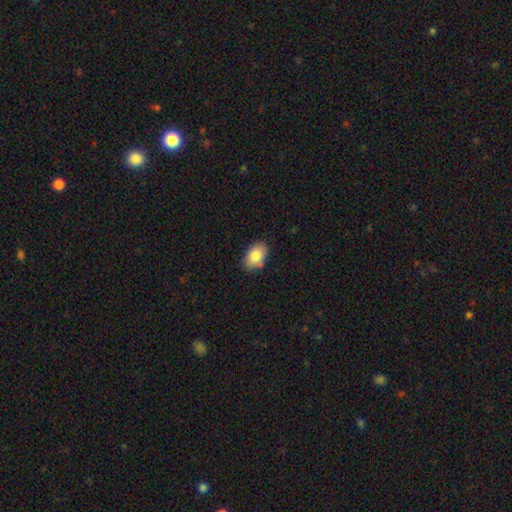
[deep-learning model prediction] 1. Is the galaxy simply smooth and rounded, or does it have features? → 83% smooth, 10% featured or disk, 7% star or artifact.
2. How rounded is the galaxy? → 88% in between, 10% round, 1% cigar-shaped.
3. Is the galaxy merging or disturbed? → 82% none, 13% minor disturbance, 2% major disturbance, 2% merger.